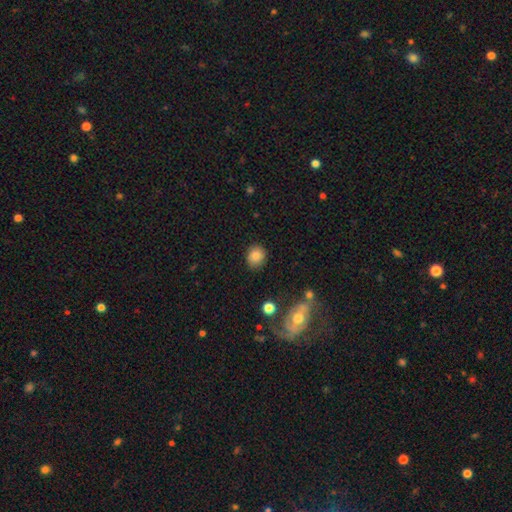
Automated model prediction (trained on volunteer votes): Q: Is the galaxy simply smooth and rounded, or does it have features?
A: smooth — 84%.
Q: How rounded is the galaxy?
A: round — 76%.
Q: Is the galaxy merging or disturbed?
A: none — 85%.